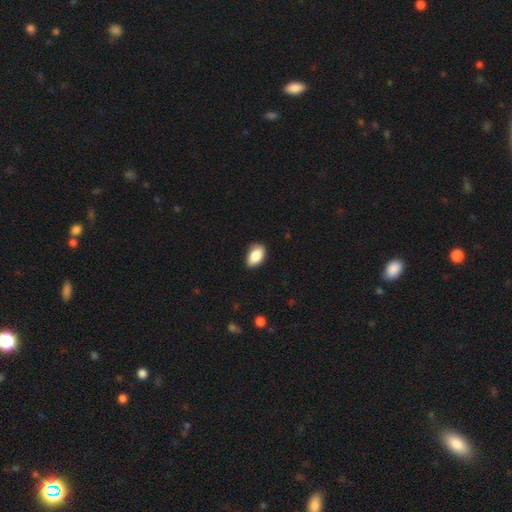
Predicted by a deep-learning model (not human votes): Smooth or featured? Predicted: smooth (p=0.85). How rounded? Predicted: in between (p=0.91). Merging? Predicted: none (p=0.76).